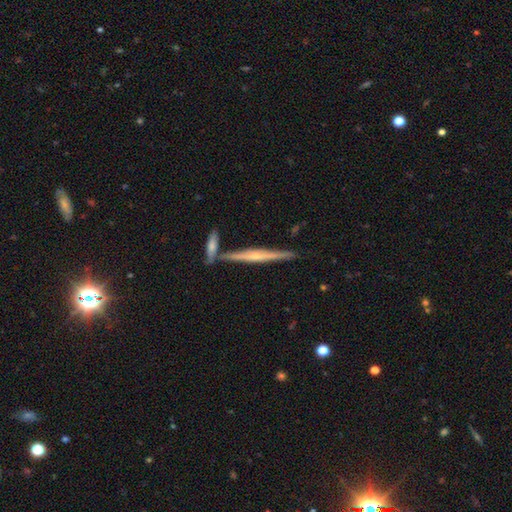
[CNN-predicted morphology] type=featured or disk (75%); edge-on=yes (97%); edge-on bulge=rounded (70%); merging=none (78%).